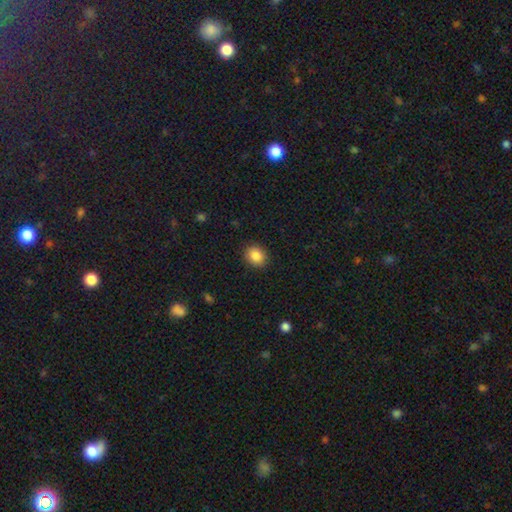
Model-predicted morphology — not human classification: A smooth galaxy with no disk features (86%) that is round (65%).

Vote fractions:
- Smooth or featured? smooth: 86% / star or artifact: 9% / featured or disk: 5%
- How rounded? round: 65% / in between: 34% / cigar-shaped: 1%
- Merging? none: 89% / minor disturbance: 8% / major disturbance: 2% / merger: 1%